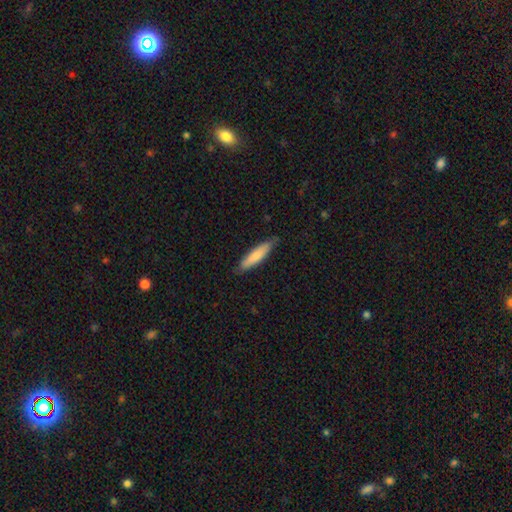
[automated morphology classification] The model was most divided on "smooth or featured": smooth: 77%, featured or disk: 18%, star or artifact: 5%. More confident: merging — none (81%); how rounded — cigar-shaped (80%).